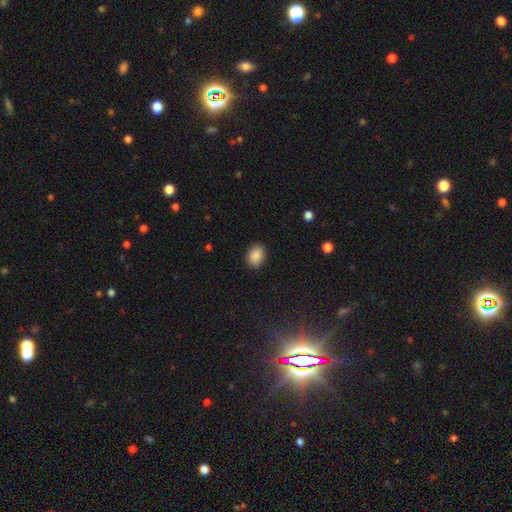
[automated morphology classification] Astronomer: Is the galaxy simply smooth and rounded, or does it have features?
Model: smooth — 88%.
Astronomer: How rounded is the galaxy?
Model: in between — 64%.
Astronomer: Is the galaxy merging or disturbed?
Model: none — 89%.